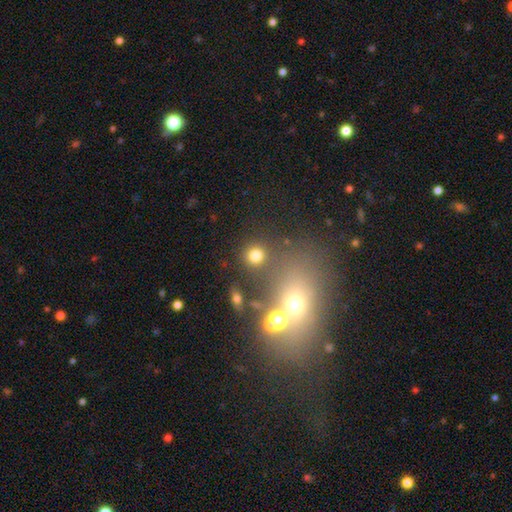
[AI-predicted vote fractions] smooth_or_featured: smooth (p=0.76) [alt: star or artifact p=0.17]
how_rounded: round (p=0.87) [alt: in between p=0.12]
merging: none (p=0.76) [alt: merger p=0.11]